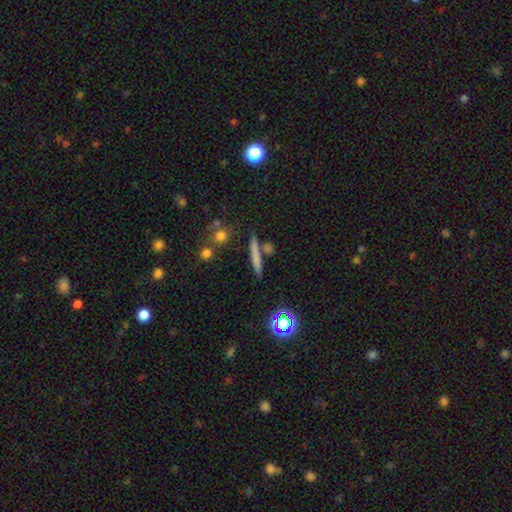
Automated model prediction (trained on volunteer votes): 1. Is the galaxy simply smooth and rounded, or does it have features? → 63% smooth, 25% featured or disk, 13% star or artifact.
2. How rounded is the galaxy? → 87% cigar-shaped, 7% in between, 6% round.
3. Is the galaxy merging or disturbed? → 76% none, 11% merger, 10% minor disturbance, 3% major disturbance.